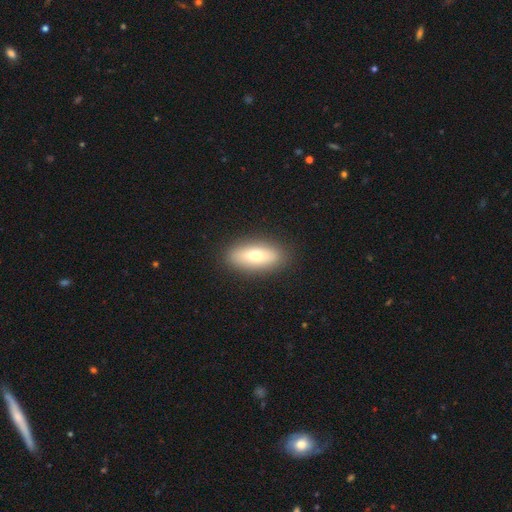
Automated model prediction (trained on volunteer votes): Smooth or featured? smooth (71%)
How rounded? in between (75%)
Merging? none (89%)